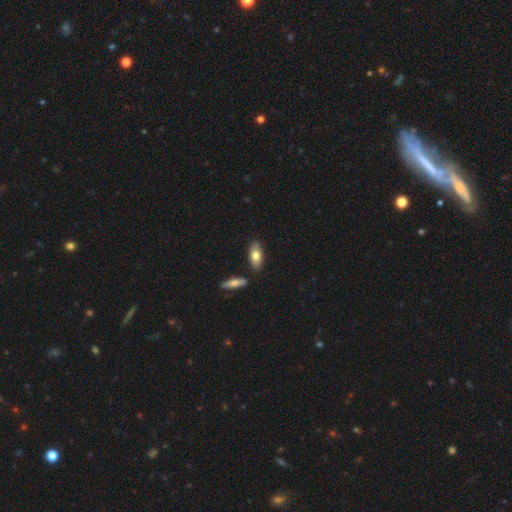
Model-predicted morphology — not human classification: A smooth galaxy with no disk features (74%) that is in between round and cigar-shaped (82%). Merging: none (81%).